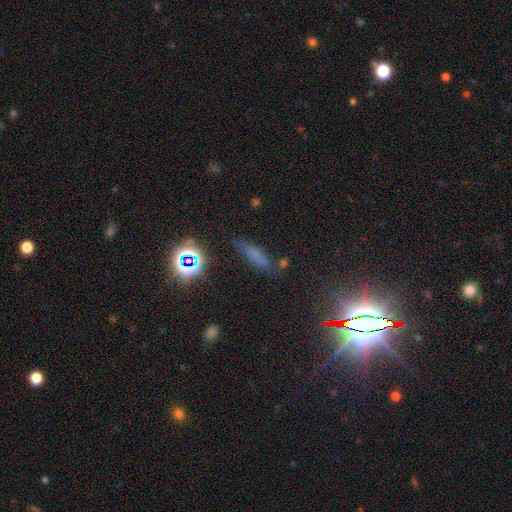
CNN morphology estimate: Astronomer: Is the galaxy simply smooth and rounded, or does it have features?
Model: smooth — 56%.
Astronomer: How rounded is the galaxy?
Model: cigar-shaped — 66%.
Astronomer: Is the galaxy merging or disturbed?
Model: none — 70%.